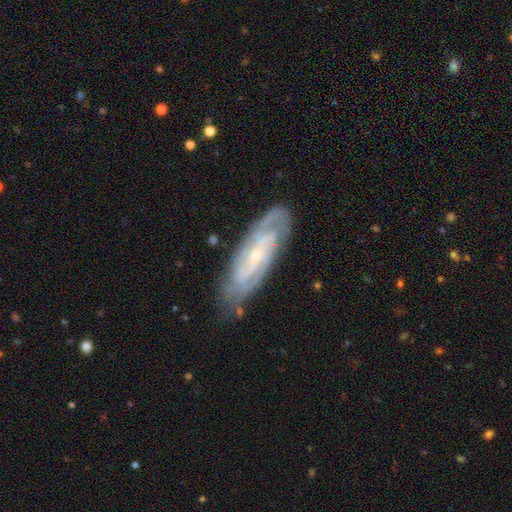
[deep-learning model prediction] A featured or disk galaxy (84%) with no bar (54%), 2 (32%) tight (59%) spiral arms (95%) and a small central bulge (78%). Merging: none (77%).